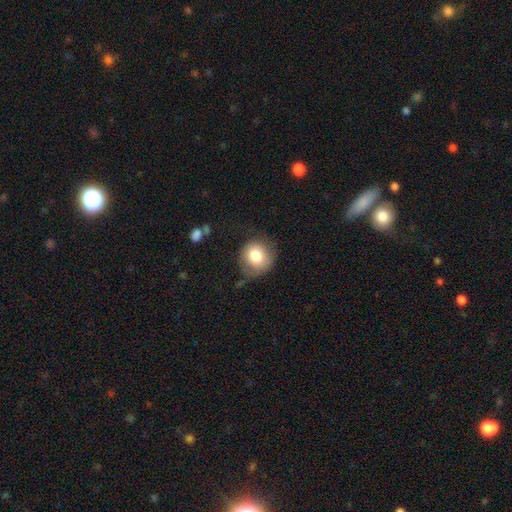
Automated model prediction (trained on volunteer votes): Smooth or featured?
  - smooth: 79% *
  - featured or disk: 13%
  - star or artifact: 8%
How rounded?
  - round: 85% *
  - in between: 14%
  - cigar-shaped: 1%
Merging?
  - none: 62% *
  - minor disturbance: 25%
  - major disturbance: 10%
  - merger: 2%